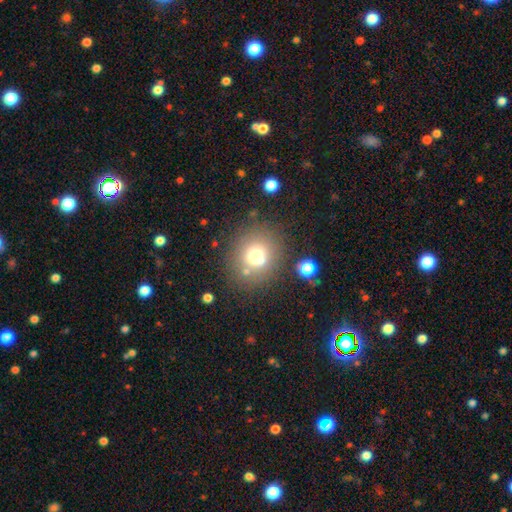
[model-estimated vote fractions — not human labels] This is likely a smooth galaxy (68%). How rounded: clearly round (84%). Merging: likely none (73%).